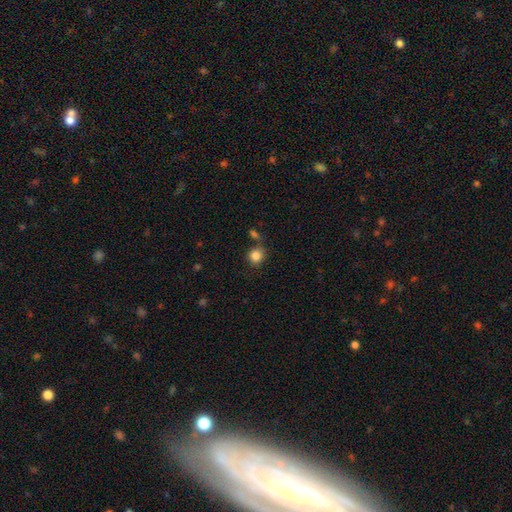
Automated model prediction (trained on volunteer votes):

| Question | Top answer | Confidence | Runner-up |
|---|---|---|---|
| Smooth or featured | smooth | 86% | star or artifact (10%) |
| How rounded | round | 81% | in between (18%) |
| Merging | none | 73% | minor disturbance (13%) |